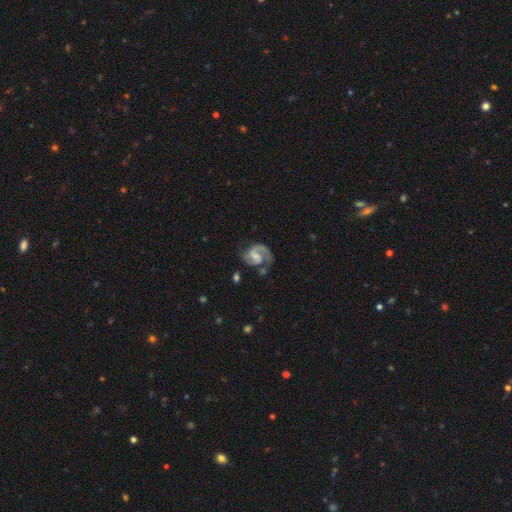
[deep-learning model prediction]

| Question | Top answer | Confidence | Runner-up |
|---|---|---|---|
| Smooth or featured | featured or disk | 86% | smooth (8%) |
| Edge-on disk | no | 98% | yes (2%) |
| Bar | weak | 52% | no (32%) |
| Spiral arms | yes | 97% | no (3%) |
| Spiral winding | medium | 53% | tight (28%) |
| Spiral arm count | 2 | 77% | 1 (17%) |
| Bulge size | small | 39% | moderate (29%) |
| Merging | none | 59% | minor disturbance (20%) |